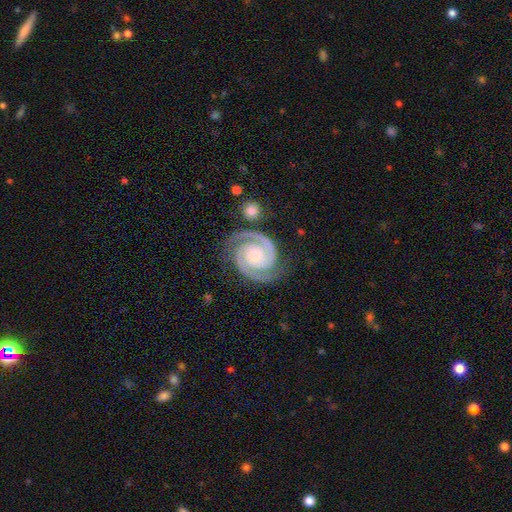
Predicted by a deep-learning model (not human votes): Smooth or featured: featured or disk — 94% (star or artifact — 4%)
Edge-on disk: no — 98% (yes — 2%)
Bar: no — 69% (weak — 20%)
Spiral arms: yes — 99% (no — 1%)
Spiral winding: tight — 72% (medium — 26%)
Spiral arm count: 2 — 94% (3 — 2%)
Bulge size: small — 47% (moderate — 39%)
Merging: none — 82% (minor disturbance — 12%)